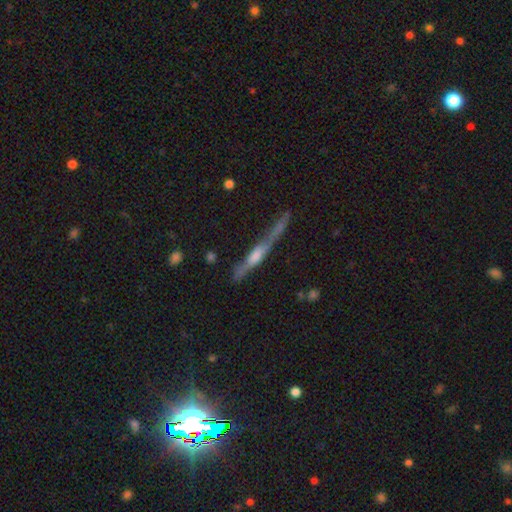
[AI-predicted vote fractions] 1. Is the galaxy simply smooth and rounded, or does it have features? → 66% featured or disk, 24% smooth, 10% star or artifact.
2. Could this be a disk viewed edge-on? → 91% yes, 9% no.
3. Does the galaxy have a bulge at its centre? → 55% rounded, 28% boxy, 17% none.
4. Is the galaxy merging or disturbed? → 61% none, 19% minor disturbance, 11% merger, 9% major disturbance.